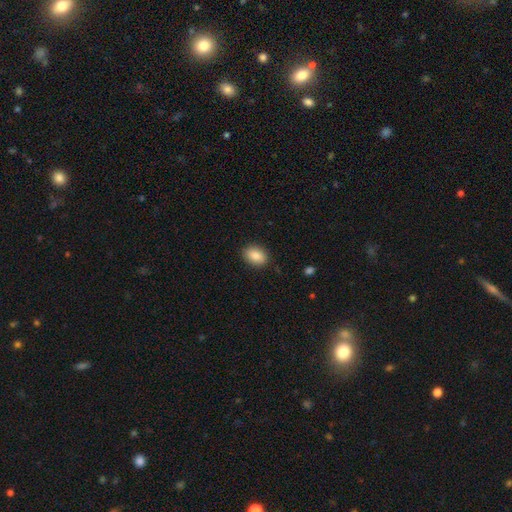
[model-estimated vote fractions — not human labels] A smooth galaxy with no disk features (86%) that is in between round and cigar-shaped (80%). Merging: none (88%).